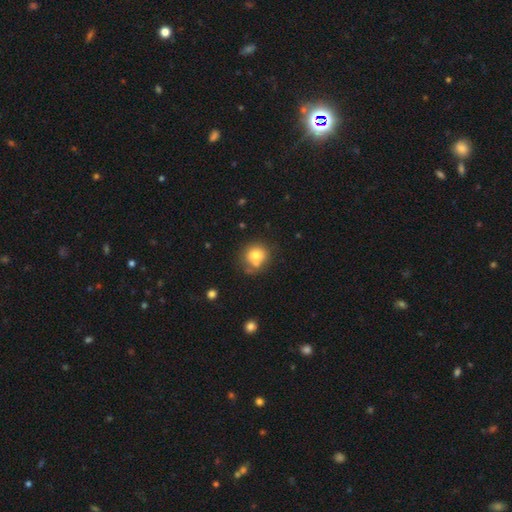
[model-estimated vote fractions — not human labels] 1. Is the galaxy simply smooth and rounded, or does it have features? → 74% smooth, 16% featured or disk, 11% star or artifact.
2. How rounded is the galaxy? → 84% round, 15% in between, 1% cigar-shaped.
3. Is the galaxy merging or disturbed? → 57% none, 22% merger, 15% minor disturbance, 5% major disturbance.